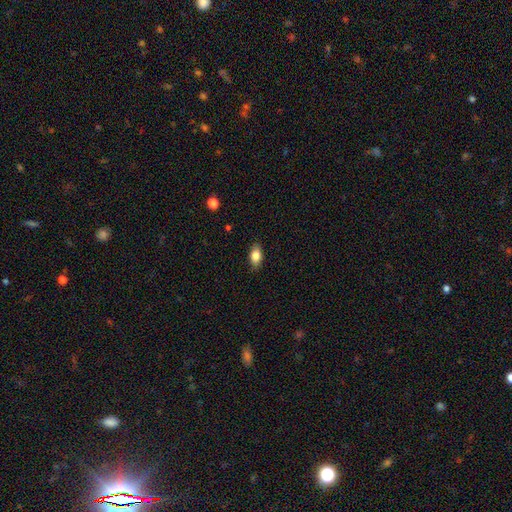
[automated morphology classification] This is clearly a smooth galaxy (82%). How rounded: clearly in between (88%). Merging: clearly none (86%).